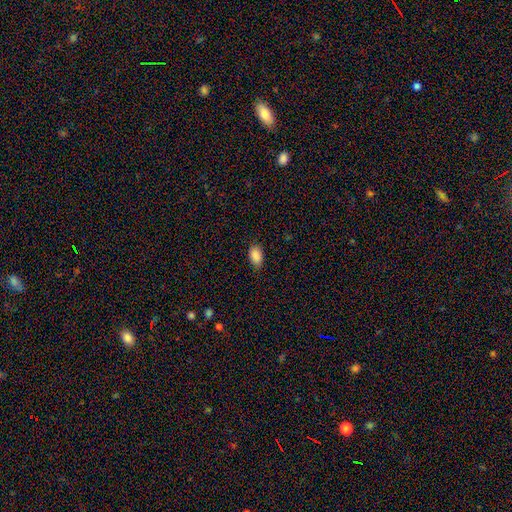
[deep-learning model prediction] smooth-or-featured: smooth: 88% | star or artifact: 8% | featured or disk: 4%
  how-rounded: in between: 91% | round: 7% | cigar-shaped: 2%
  merging: none: 83% | minor disturbance: 14% | major disturbance: 3% | merger: 1%